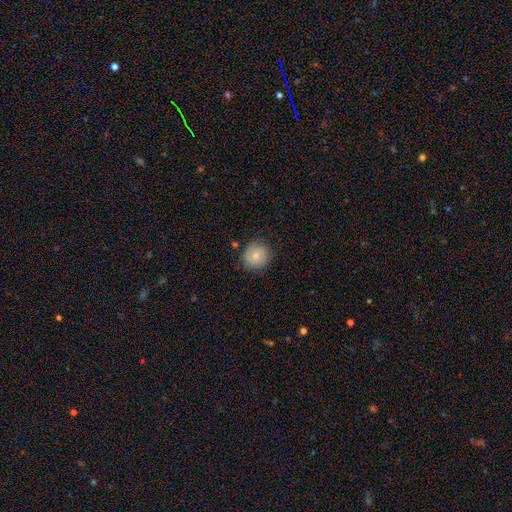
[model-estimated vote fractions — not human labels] smooth 73%, featured or disk 19%, star or artifact 8%. Down the decision tree: how rounded — round (90%); merging — none (82%).